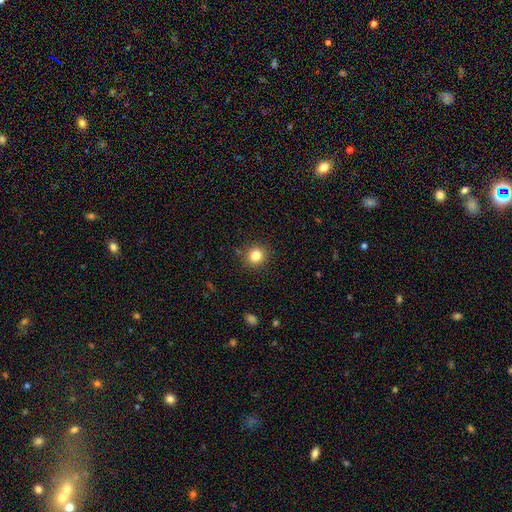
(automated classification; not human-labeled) Q: Smooth or featured?
A: smooth (82%); runner-up: star or artifact (12%)
Q: How rounded?
A: round (89%); runner-up: in between (11%)
Q: Merging?
A: none (89%); runner-up: minor disturbance (7%)